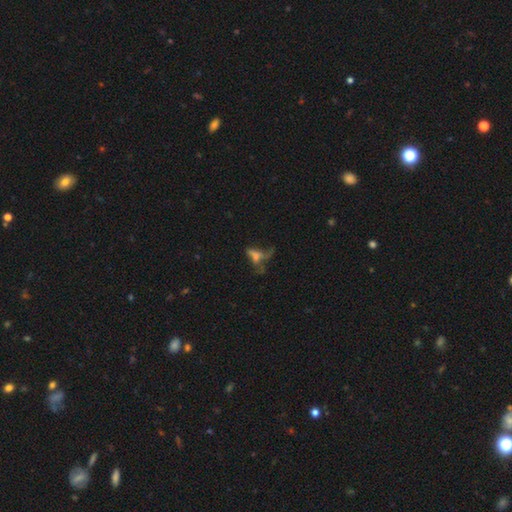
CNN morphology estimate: This appears to be a smooth galaxy with no disk features (40%). Merging: major disturbance (43%).